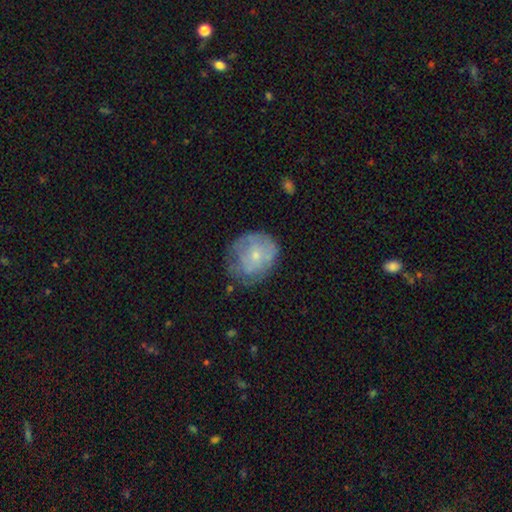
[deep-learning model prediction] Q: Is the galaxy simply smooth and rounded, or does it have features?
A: smooth — 50%.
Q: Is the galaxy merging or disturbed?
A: none — 54%.